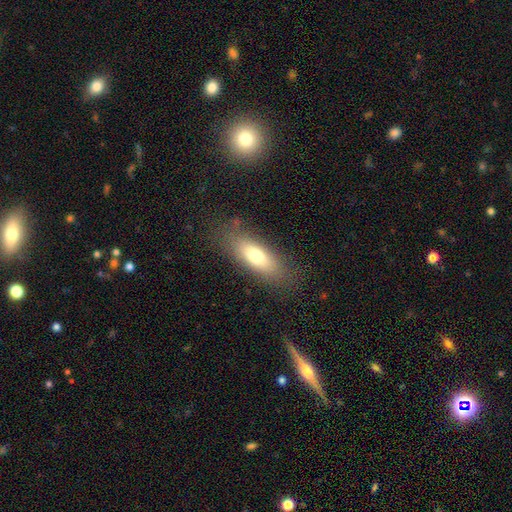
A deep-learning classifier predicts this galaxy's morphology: Overall: smooth (72%). How rounded: in between (67%; cigar-shaped 30%). Merging: none (80%).